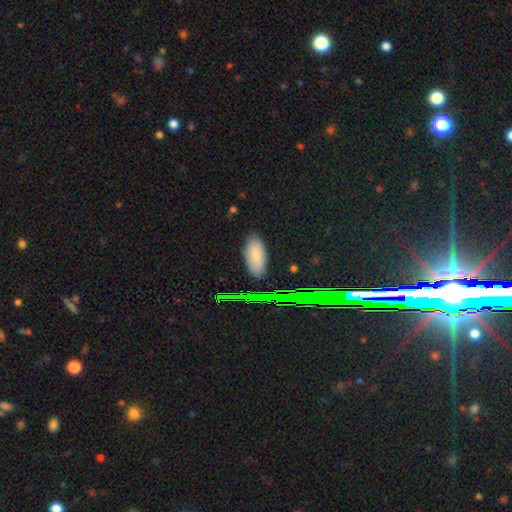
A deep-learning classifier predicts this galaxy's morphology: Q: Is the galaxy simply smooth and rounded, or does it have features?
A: smooth — 79%.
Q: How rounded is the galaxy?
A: in between — 90%.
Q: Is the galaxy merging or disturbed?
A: none — 83%.